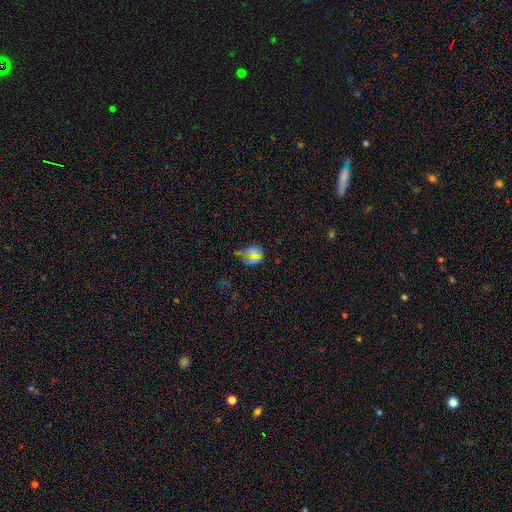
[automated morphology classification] smooth_or_featured: smooth (p=0.51) [alt: star or artifact p=0.39]
how_rounded: in between (p=0.53) [alt: round p=0.34]
merging: none (p=0.66) [alt: minor disturbance p=0.16]